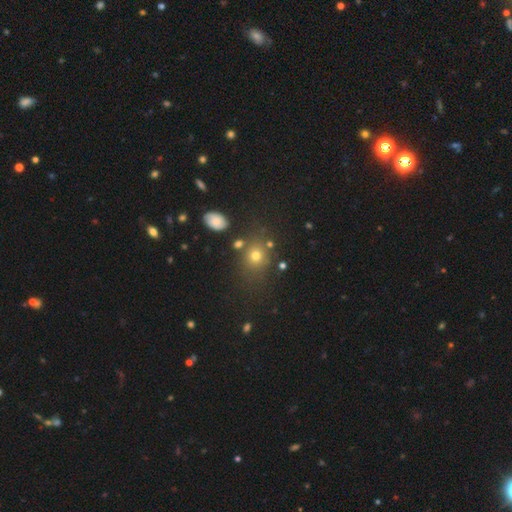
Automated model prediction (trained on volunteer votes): Smooth or featured? Predicted: smooth (p=0.68). How rounded? Predicted: round (p=0.67). Merging? Predicted: none (p=0.74).